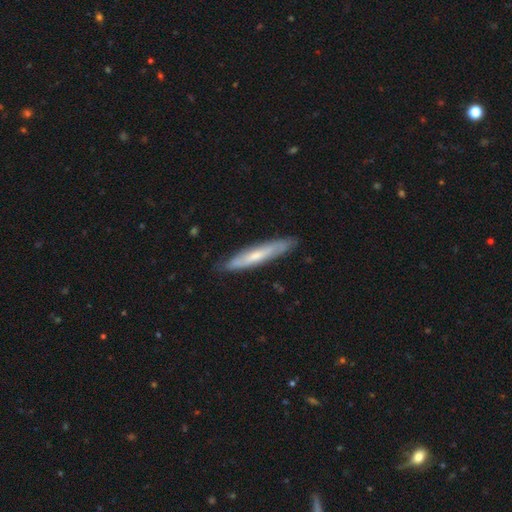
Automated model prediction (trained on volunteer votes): Smooth or featured? Predicted: smooth (p=0.47, tied with featured or disk). Merging? Predicted: none (p=0.84).